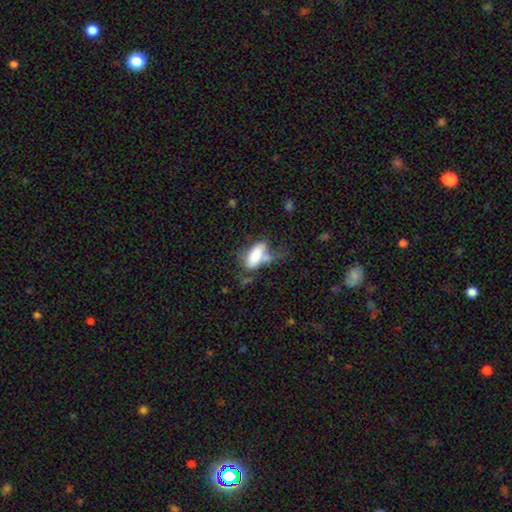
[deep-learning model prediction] smooth-or-featured: smooth: 72% | featured or disk: 20% | star or artifact: 7%
  how-rounded: in between: 86% | cigar-shaped: 11% | round: 3%
  merging: none: 29% | major disturbance: 27% | minor disturbance: 25% | merger: 19%